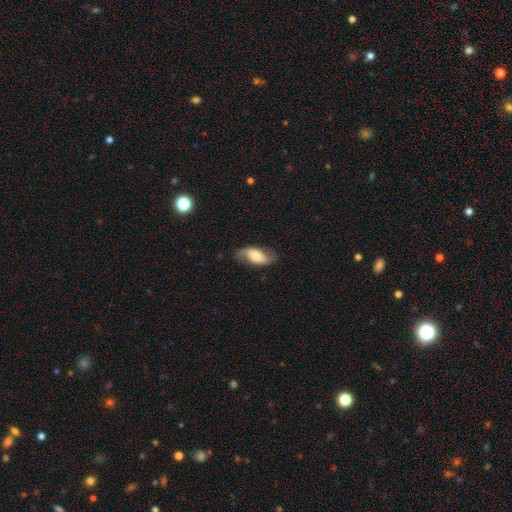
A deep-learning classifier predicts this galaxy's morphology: This is possibly a featured or disk galaxy (48%). Merging: likely none (71%).